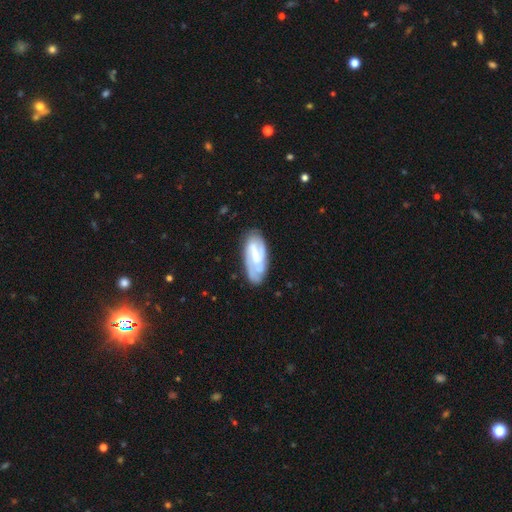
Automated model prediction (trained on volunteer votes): featured or disk 74%, smooth 21%, star or artifact 5%. Down the decision tree: edge-on disk — no (93%); bar — weak (49%); spiral arms — yes (89%); spiral arm count — 2 (54%); spiral winding — tight (50%); bulge size — moderate (49%); merging — none (73%).